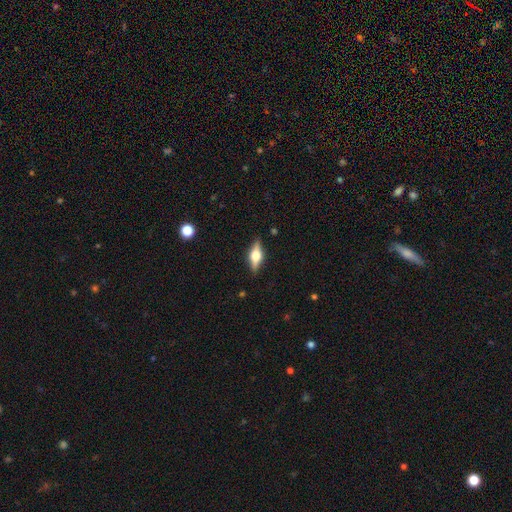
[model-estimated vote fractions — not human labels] smooth_or_featured: featured or disk (p=0.65) [alt: smooth p=0.28]
disk_edge_on: yes (p=0.95) [alt: no p=0.05]
edge_on_bulge: rounded (p=0.93) [alt: boxy p=0.05]
merging: none (p=0.87) [alt: minor disturbance p=0.10]